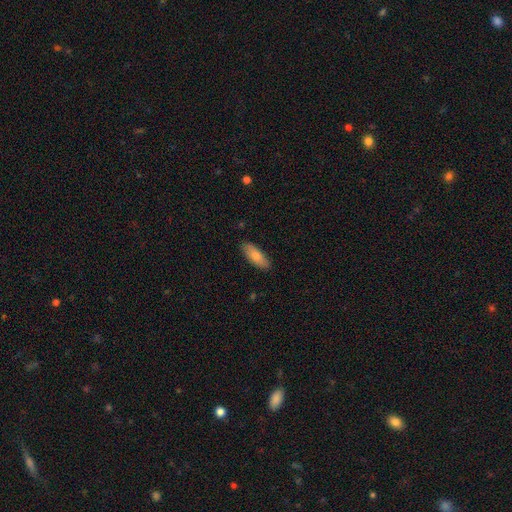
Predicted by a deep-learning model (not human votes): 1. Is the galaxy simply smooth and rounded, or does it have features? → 81% smooth, 14% featured or disk, 6% star or artifact.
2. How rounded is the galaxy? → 71% in between, 27% cigar-shaped, 2% round.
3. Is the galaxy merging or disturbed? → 88% none, 9% minor disturbance, 2% major disturbance, 1% merger.